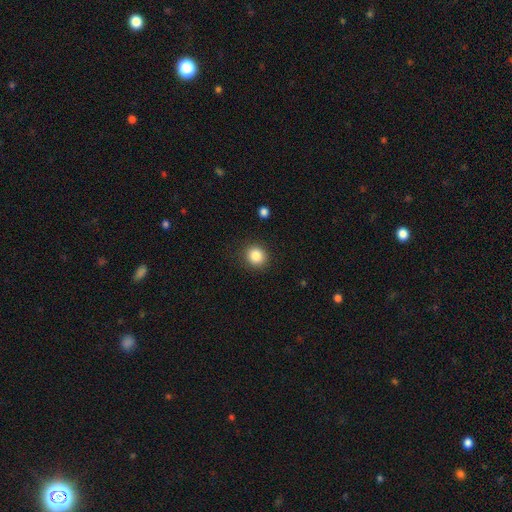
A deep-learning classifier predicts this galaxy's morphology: type=smooth (86%); roundness=round (86%); merging=none (89%).